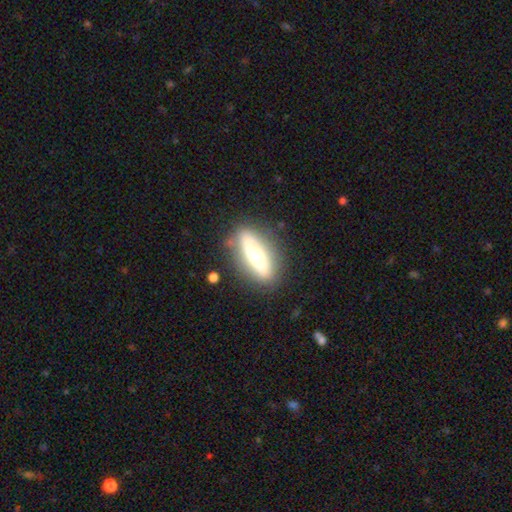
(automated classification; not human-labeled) Smooth or featured? Predicted: featured or disk (p=0.48). Merging? Predicted: none (p=0.84).